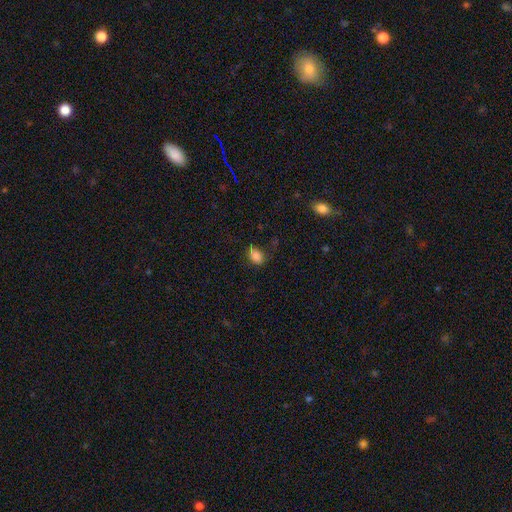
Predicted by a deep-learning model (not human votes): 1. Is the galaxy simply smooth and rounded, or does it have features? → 83% smooth, 11% star or artifact, 7% featured or disk.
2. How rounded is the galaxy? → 83% in between, 15% round, 2% cigar-shaped.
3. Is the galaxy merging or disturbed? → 54% none, 32% minor disturbance, 12% major disturbance, 2% merger.